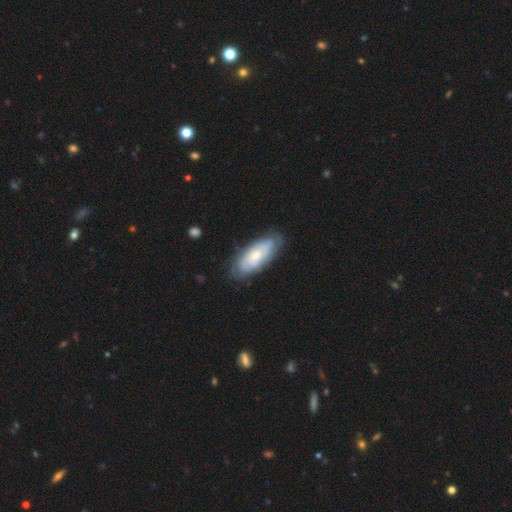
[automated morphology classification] This is possibly a featured or disk galaxy (48%). Merging: likely none (76%).